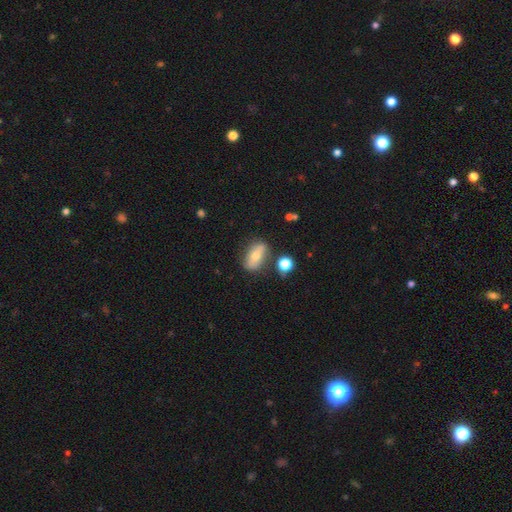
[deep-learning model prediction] Smooth or featured?
  - smooth: 59% *
  - featured or disk: 32%
  - star or artifact: 9%
How rounded?
  - in between: 79% *
  - cigar-shaped: 11%
  - round: 10%
Merging?
  - none: 73% *
  - minor disturbance: 15%
  - merger: 7%
  - major disturbance: 5%